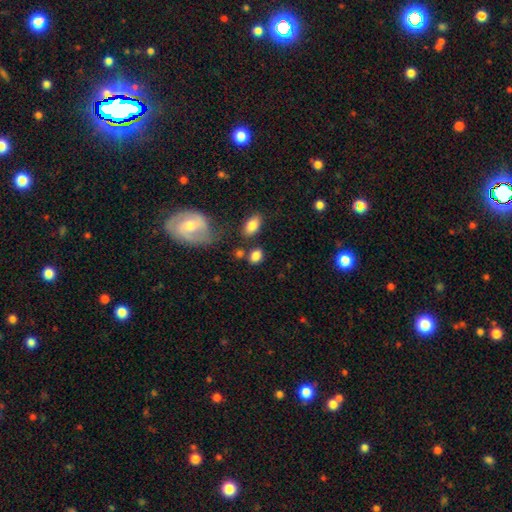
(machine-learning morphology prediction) smooth 85%, star or artifact 8%, featured or disk 7%. Down the decision tree: how rounded — in between (72%); merging — none (68%).